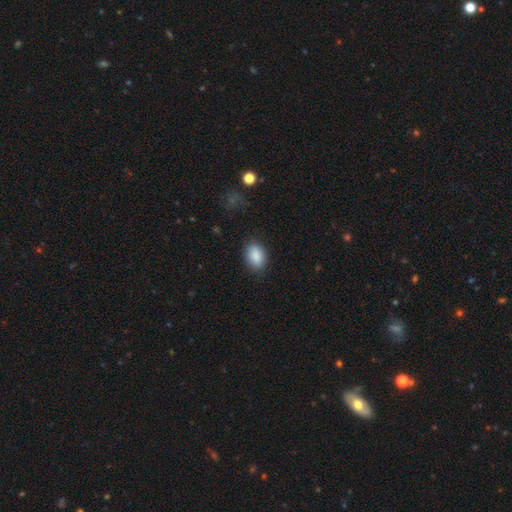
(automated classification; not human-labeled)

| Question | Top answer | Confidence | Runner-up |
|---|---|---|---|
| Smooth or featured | smooth | 89% | star or artifact (7%) |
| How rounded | in between | 87% | round (11%) |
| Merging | none | 85% | minor disturbance (12%) |